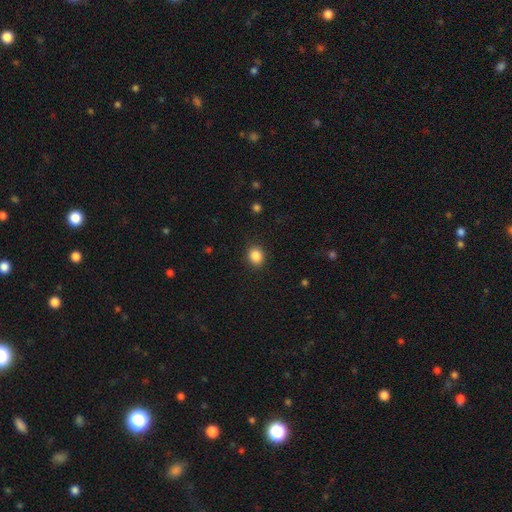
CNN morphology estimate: type=smooth (87%); roundness=round (66%); merging=none (89%).